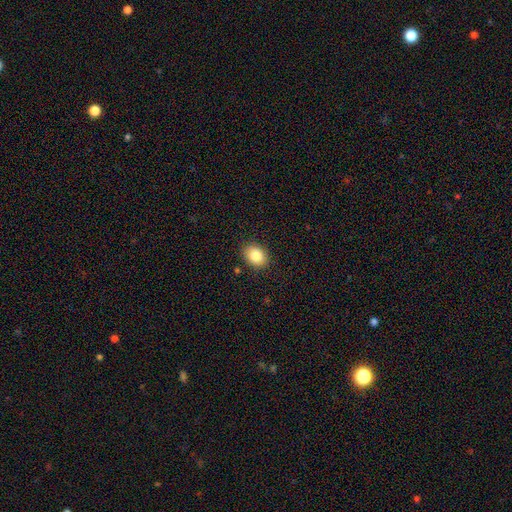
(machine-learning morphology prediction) A smooth galaxy with no disk features (84%) that is in between round and cigar-shaped (61%).

Vote fractions:
- Smooth or featured? smooth: 84% / star or artifact: 9% / featured or disk: 7%
- How rounded? in between: 61% / round: 38% / cigar-shaped: 1%
- Merging? none: 88% / minor disturbance: 9% / major disturbance: 2% / merger: 1%